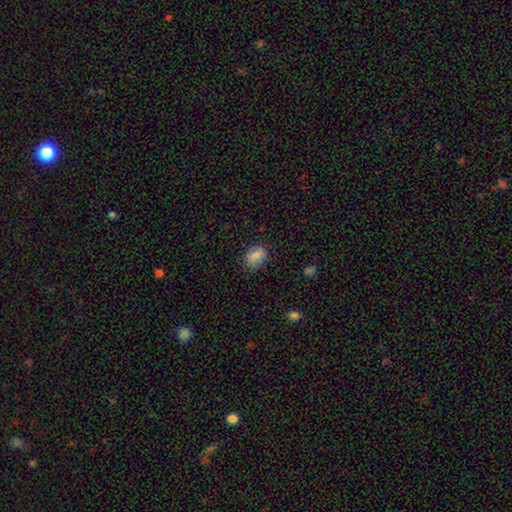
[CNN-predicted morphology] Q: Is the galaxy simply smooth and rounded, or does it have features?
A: smooth — 79%.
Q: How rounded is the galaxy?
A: in between — 76%.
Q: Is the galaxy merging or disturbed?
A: none — 79%.